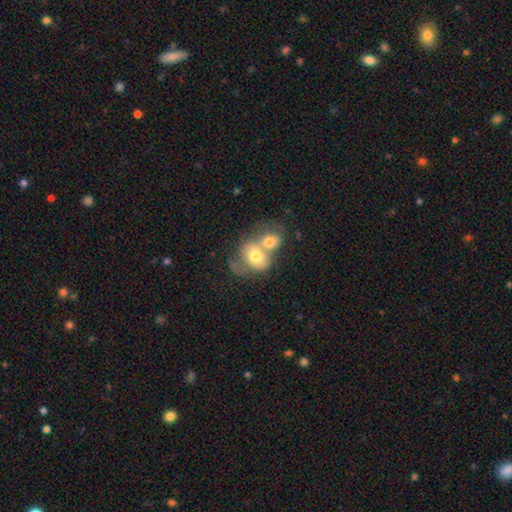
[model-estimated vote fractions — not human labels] Morphology: type=smooth (65%); roundness=in between (52%); merging=merger (73%).